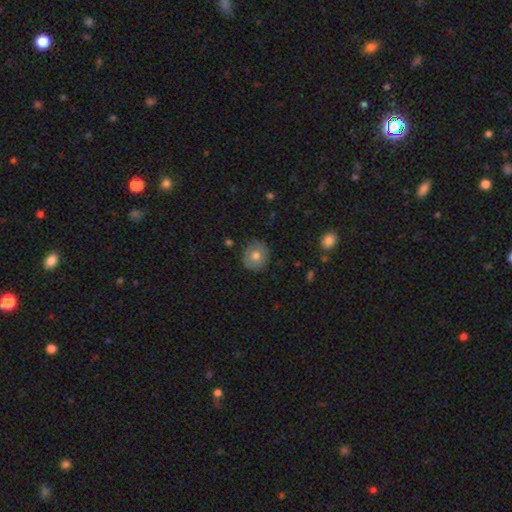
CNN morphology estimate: Q: Smooth or featured?
A: smooth (70%); runner-up: featured or disk (21%)
Q: How rounded?
A: round (85%); runner-up: in between (14%)
Q: Merging?
A: none (86%); runner-up: minor disturbance (10%)